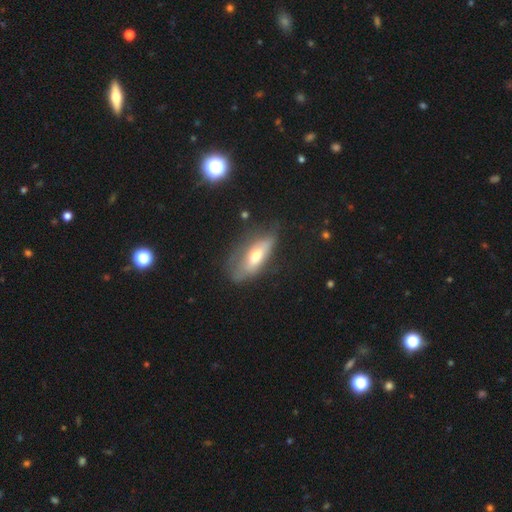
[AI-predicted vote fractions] A smooth galaxy with no disk features (52%) that is in between round and cigar-shaped (71%).

Vote fractions:
- Smooth or featured? smooth: 52% / featured or disk: 40% / star or artifact: 8%
- How rounded? in between: 71% / cigar-shaped: 26% / round: 3%
- Merging? none: 47% / minor disturbance: 31% / major disturbance: 20% / merger: 3%